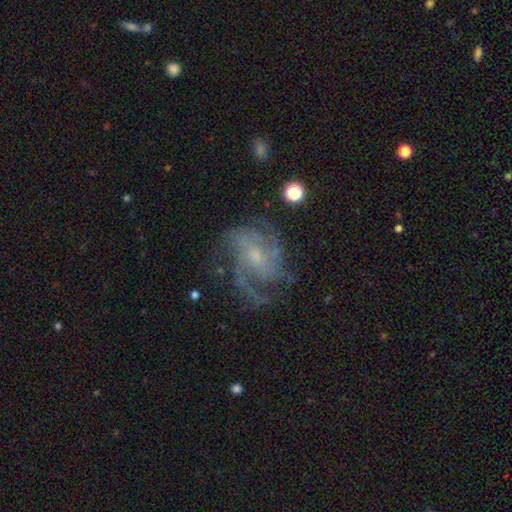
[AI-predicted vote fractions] This is clearly a featured or disk galaxy (84%). It is clearly not viewed edge-on (98%). Bar: possibly no (57%). Spiral arm pattern: clearly yes (94%). Spiral arm count: marginally 3 (34%). Spiral winding: possibly medium (49%). Central bulge: possibly small (58%). Merging: likely none (63%).